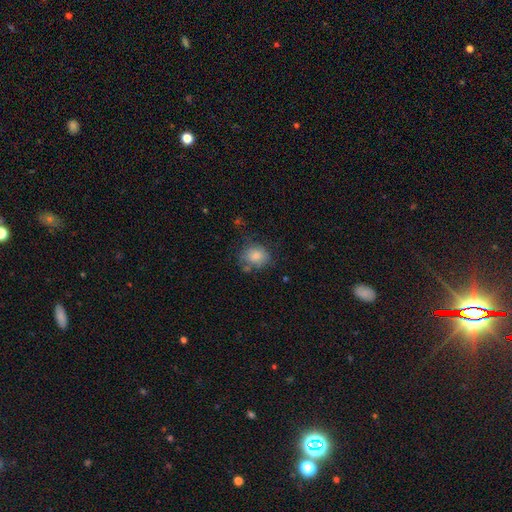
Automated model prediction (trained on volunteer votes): Smooth or featured? smooth (81%)
How rounded? round (58%)
Merging? none (60%)